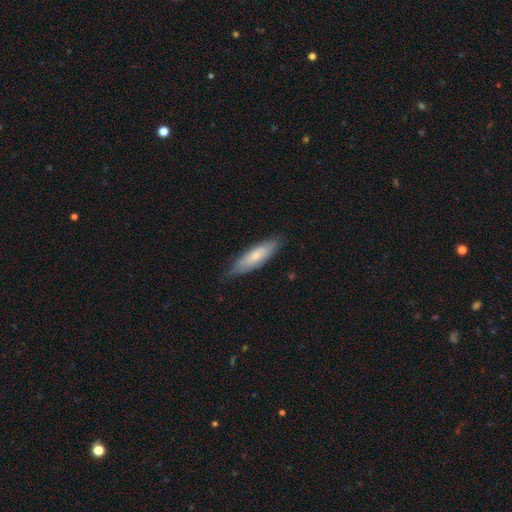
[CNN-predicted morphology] Overall: smooth (60%; featured or disk 35%). How rounded: cigar-shaped (50%; in between 48%). Merging: none (74%).